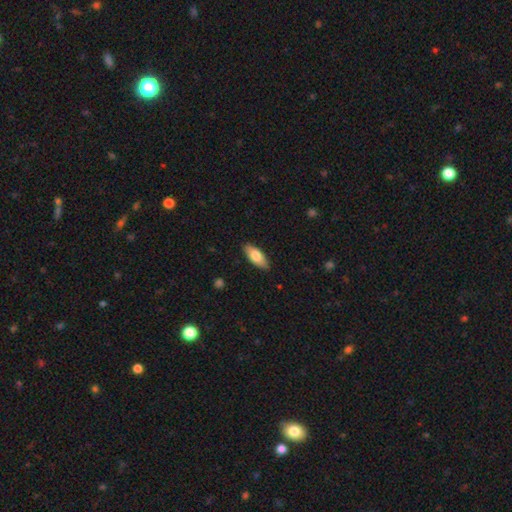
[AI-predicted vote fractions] smooth-or-featured: smooth: 78% | featured or disk: 17% | star or artifact: 6%
  how-rounded: in between: 79% | cigar-shaped: 19% | round: 2%
  merging: none: 88% | minor disturbance: 9% | major disturbance: 2% | merger: 1%